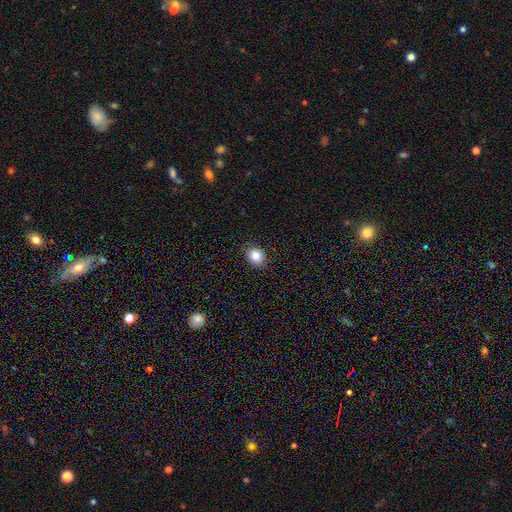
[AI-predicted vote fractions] Morphology: type=smooth (84%); roundness=round (62%); merging=none (89%).